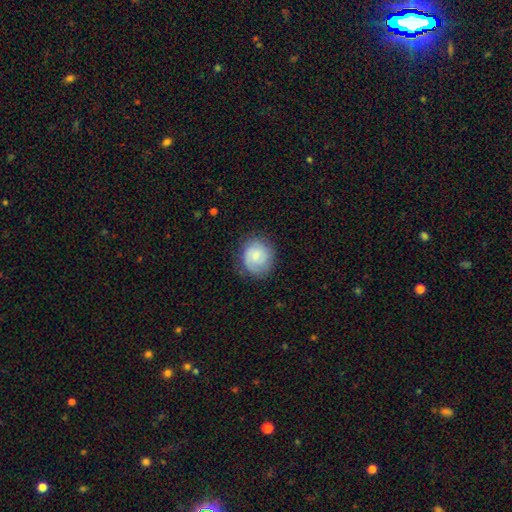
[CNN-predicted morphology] Smooth or featured? Predicted: smooth (p=0.49). Merging? Predicted: none (p=0.79).